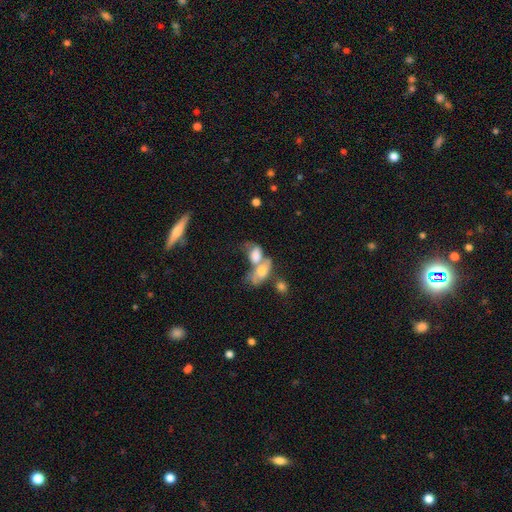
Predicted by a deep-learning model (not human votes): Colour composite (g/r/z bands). It shows a smooth galaxy with no disk features (60%) that is in between round and cigar-shaped (84%). Merging: merger (64%).